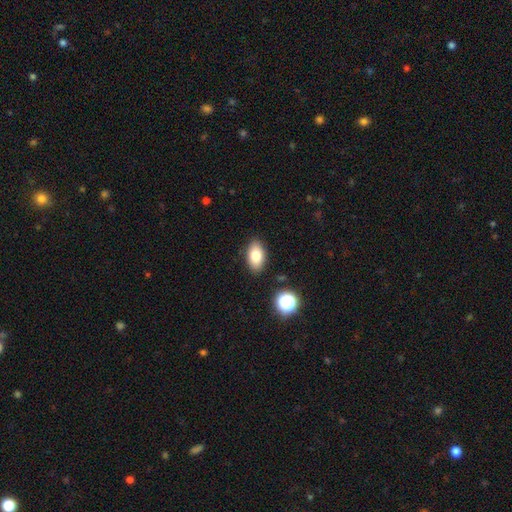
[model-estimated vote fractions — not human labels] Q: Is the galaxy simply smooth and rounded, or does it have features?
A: smooth — 81%.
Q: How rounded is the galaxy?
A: in between — 91%.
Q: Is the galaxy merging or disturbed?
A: none — 87%.